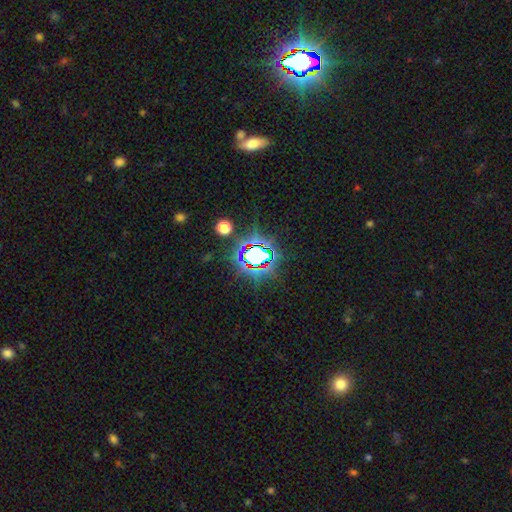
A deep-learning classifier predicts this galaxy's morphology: Smooth or featured?
  - star or artifact: 72% *
  - smooth: 17%
  - featured or disk: 11%